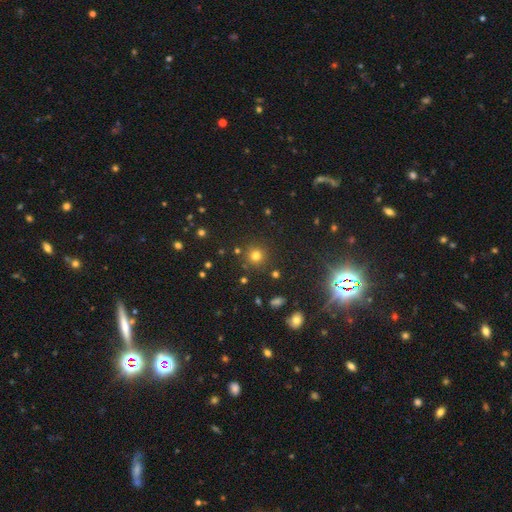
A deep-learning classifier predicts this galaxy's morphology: smooth-or-featured: smooth: 73% | star or artifact: 21% | featured or disk: 7%
  how-rounded: round: 94% | in between: 5% | cigar-shaped: 1%
  merging: none: 86% | minor disturbance: 7% | merger: 4% | major disturbance: 3%